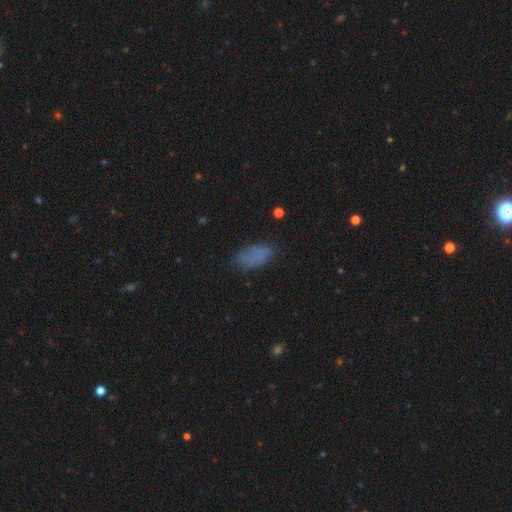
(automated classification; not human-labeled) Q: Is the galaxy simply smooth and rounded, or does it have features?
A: smooth — 74%.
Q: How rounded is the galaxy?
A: in between — 91%.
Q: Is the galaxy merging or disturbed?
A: none — 69%.